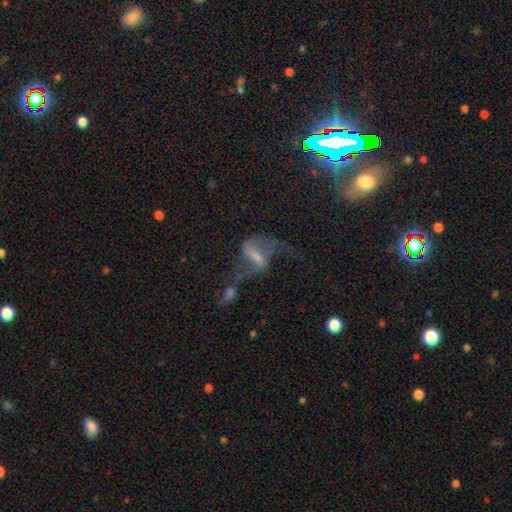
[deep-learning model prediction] Smooth or featured? featured or disk (66%)
Edge-on disk? no (93%)
Bar? strong (49%)
Spiral arms? yes (75%)
Bulge size? none (44%)
Merging? major disturbance (36%)